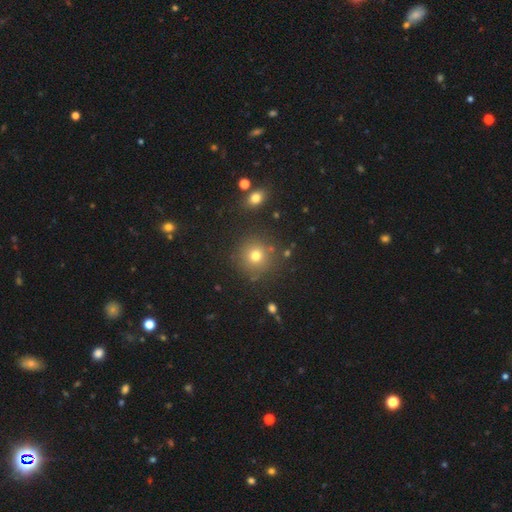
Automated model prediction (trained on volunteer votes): The model was most divided on "smooth or featured": smooth: 74%, star or artifact: 17%, featured or disk: 9%. More confident: how rounded — round (93%); merging — none (84%).